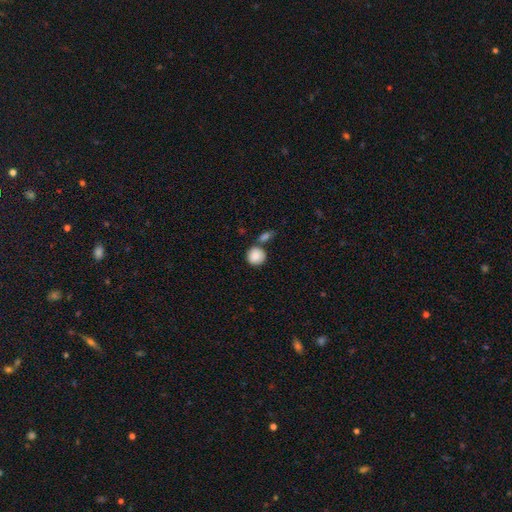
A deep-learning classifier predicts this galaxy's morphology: Smooth or featured? Predicted: smooth (p=0.87). How rounded? Predicted: round (p=0.91). Merging? Predicted: none (p=0.66).